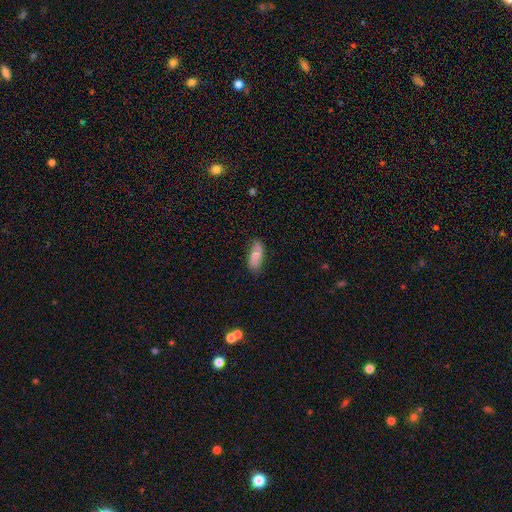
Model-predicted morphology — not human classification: This is likely a smooth galaxy (69%). How rounded: clearly in between (85%). Merging: likely none (73%).